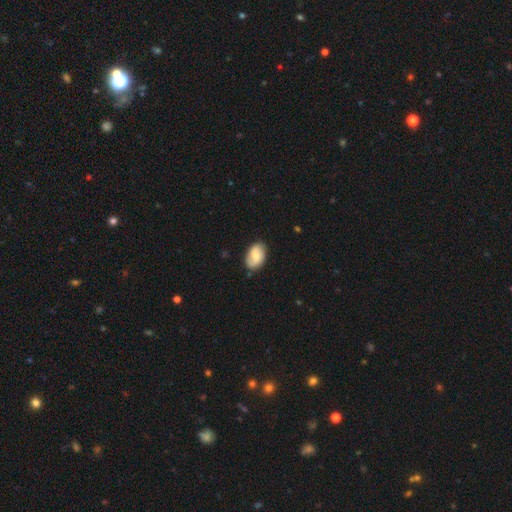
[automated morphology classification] A smooth galaxy with no disk features (57%) that is in between round and cigar-shaped (87%).

Vote fractions:
- Smooth or featured? smooth: 57% / featured or disk: 36% / star or artifact: 7%
- How rounded? in between: 87% / round: 11% / cigar-shaped: 1%
- Merging? none: 80% / minor disturbance: 16% / major disturbance: 3% / merger: 1%